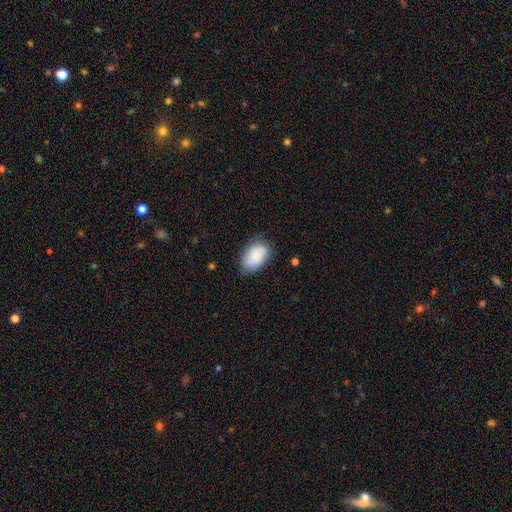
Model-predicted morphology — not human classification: smooth-or-featured: smooth: 81% | featured or disk: 12% | star or artifact: 7%
  how-rounded: in between: 91% | round: 7% | cigar-shaped: 1%
  merging: none: 73% | minor disturbance: 21% | major disturbance: 5% | merger: 1%